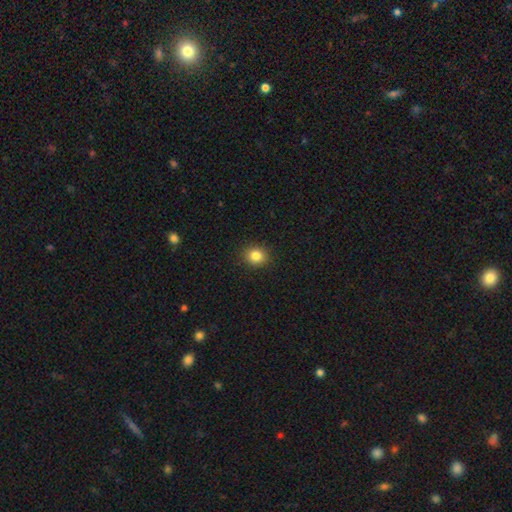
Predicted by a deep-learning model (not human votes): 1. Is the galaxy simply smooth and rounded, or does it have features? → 83% smooth, 11% star or artifact, 5% featured or disk.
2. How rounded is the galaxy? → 77% round, 22% in between, 1% cigar-shaped.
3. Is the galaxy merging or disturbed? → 91% none, 6% minor disturbance, 2% major disturbance, 1% merger.